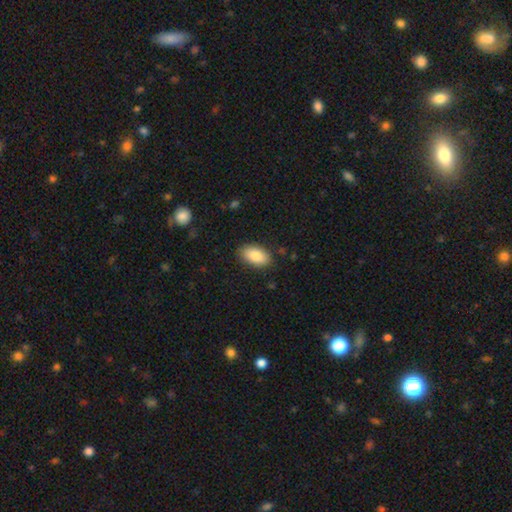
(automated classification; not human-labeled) A smooth galaxy with no disk features (87%) that is in between round and cigar-shaped (93%). Merging: none (85%).